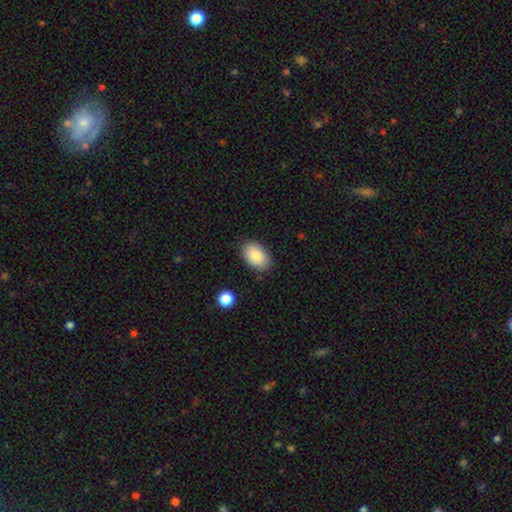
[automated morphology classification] A smooth galaxy with no disk features (85%) that is in between round and cigar-shaped (91%). Merging: none (83%).